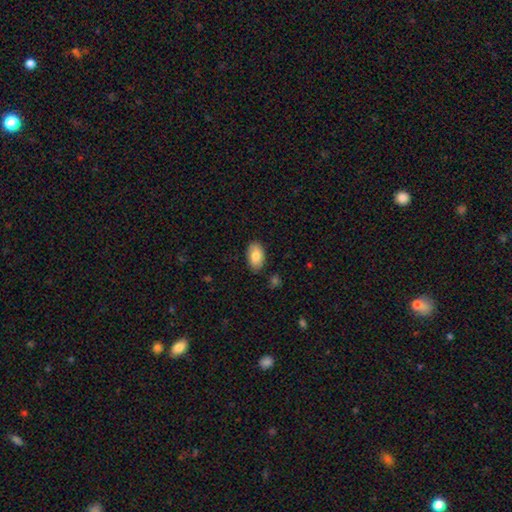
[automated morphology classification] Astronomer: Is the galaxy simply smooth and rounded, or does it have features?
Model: smooth — 84%.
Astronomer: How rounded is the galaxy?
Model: in between — 94%.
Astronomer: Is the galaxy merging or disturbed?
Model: none — 86%.